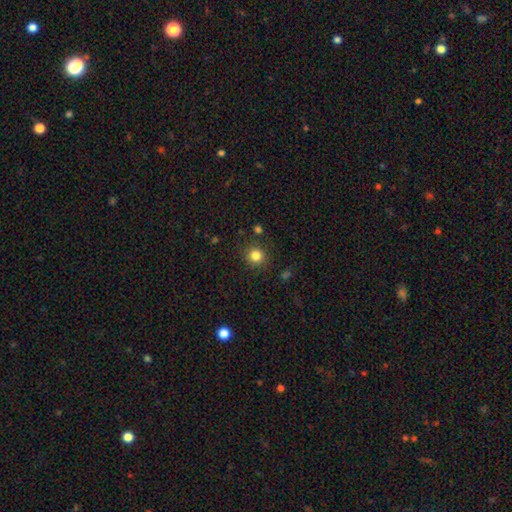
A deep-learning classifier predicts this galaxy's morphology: This appears to be a smooth galaxy with no disk features (83%) that is round (90%). Merging: none (87%).